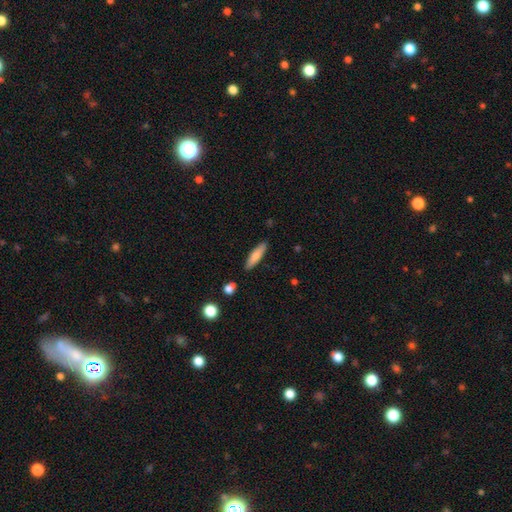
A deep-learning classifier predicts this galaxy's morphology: Smooth or featured: smooth — 78% (featured or disk — 16%)
How rounded: cigar-shaped — 72% (in between — 26%)
Merging: none — 86% (minor disturbance — 10%)